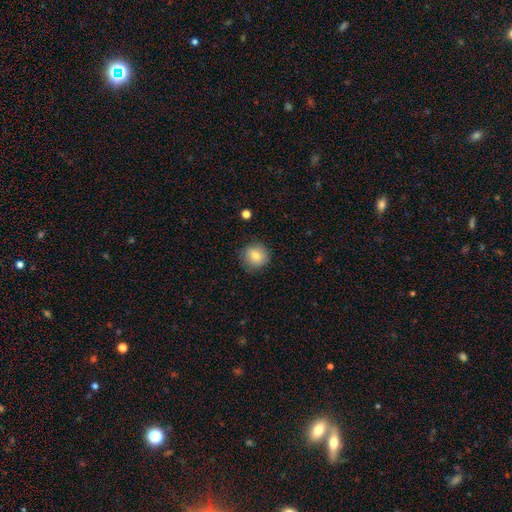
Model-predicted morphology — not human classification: smooth_or_featured: smooth (p=0.81) [alt: featured or disk p=0.11]
how_rounded: round (p=0.90) [alt: in between p=0.09]
merging: none (p=0.84) [alt: minor disturbance p=0.12]